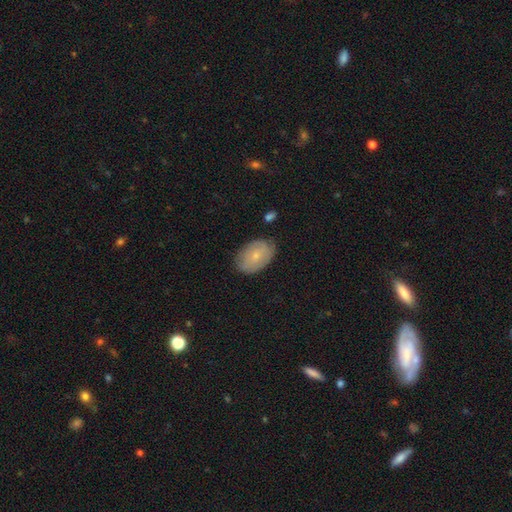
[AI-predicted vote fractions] smooth-or-featured: smooth: 67% | featured or disk: 26% | star or artifact: 7%
  how-rounded: in between: 88% | round: 11% | cigar-shaped: 1%
  merging: none: 78% | minor disturbance: 17% | major disturbance: 4% | merger: 1%